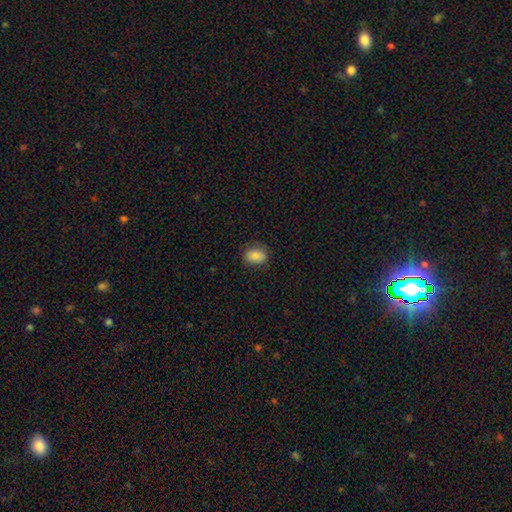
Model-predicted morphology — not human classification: Q: Smooth or featured?
A: smooth (85%); runner-up: star or artifact (8%)
Q: How rounded?
A: in between (71%); runner-up: round (28%)
Q: Merging?
A: none (80%); runner-up: minor disturbance (16%)